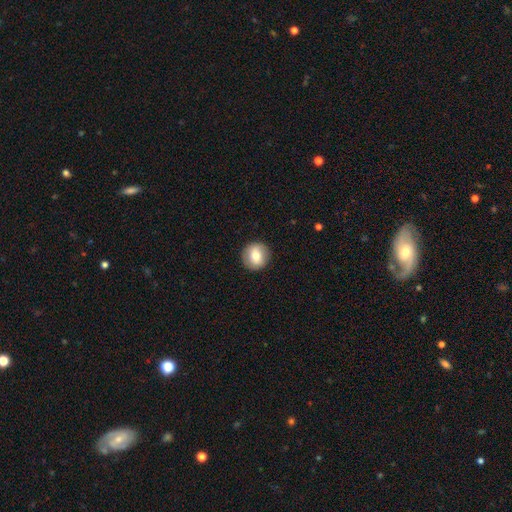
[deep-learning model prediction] Smooth or featured?
  - smooth: 71% *
  - featured or disk: 20%
  - star or artifact: 8%
How rounded?
  - round: 91% *
  - in between: 8%
  - cigar-shaped: 1%
Merging?
  - none: 90% *
  - minor disturbance: 7%
  - major disturbance: 2%
  - merger: 1%